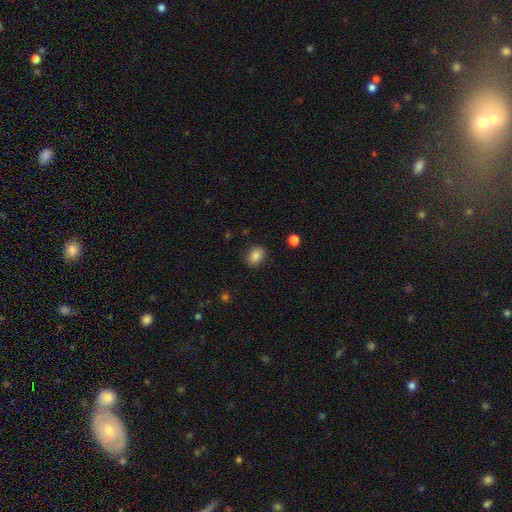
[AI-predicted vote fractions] Overall: smooth (86%). How rounded: in between (65%; round 34%). Merging: none (87%).